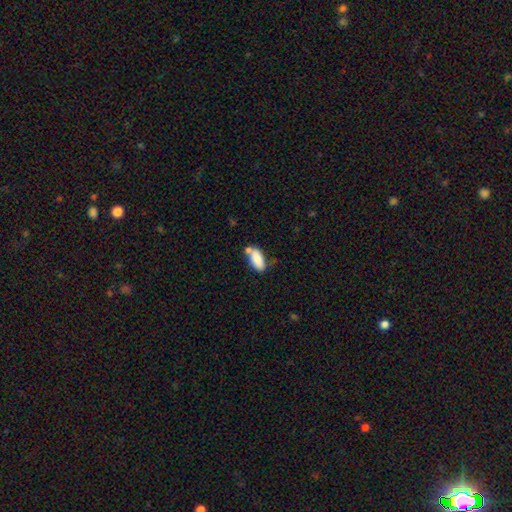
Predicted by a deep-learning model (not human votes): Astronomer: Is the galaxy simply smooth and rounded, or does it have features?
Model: smooth — 83%.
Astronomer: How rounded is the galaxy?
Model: in between — 84%.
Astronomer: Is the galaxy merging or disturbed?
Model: none — 56%.